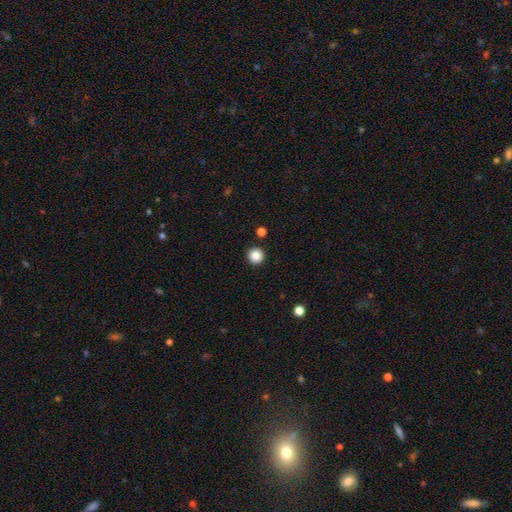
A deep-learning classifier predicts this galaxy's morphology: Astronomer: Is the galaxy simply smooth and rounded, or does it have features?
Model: smooth — 87%.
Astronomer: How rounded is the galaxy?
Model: round — 96%.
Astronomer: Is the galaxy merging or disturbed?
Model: none — 93%.